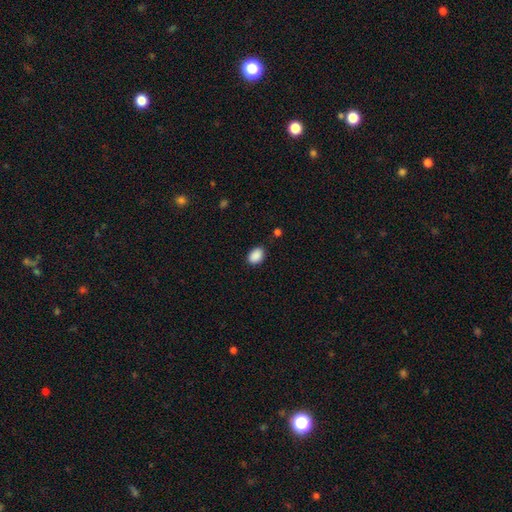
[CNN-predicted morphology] smooth-or-featured: smooth: 90% | star or artifact: 8% | featured or disk: 3%
  how-rounded: in between: 78% | round: 21% | cigar-shaped: 1%
  merging: none: 84% | minor disturbance: 11% | major disturbance: 3% | merger: 2%